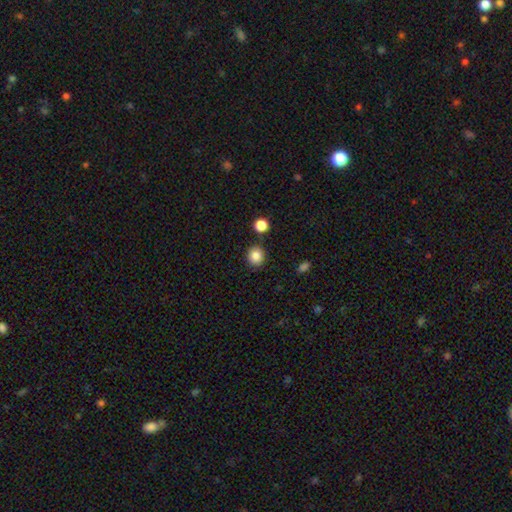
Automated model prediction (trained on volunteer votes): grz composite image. It shows a smooth galaxy with no disk features (85%) that is round (89%). Merging: none (86%).